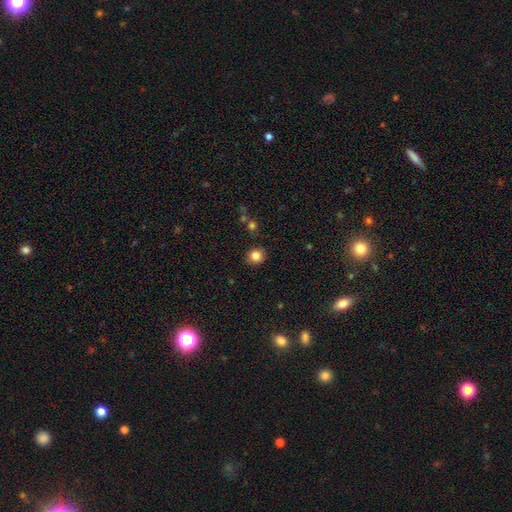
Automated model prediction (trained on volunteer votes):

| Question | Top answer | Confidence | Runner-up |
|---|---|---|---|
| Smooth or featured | smooth | 84% | star or artifact (11%) |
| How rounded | round | 84% | in between (16%) |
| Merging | none | 88% | minor disturbance (8%) |